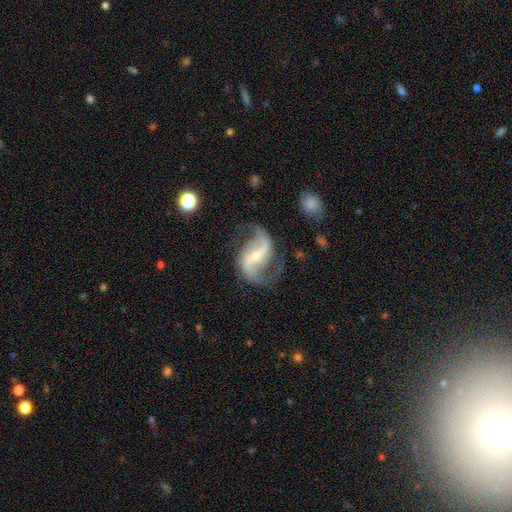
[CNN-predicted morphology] A featured or disk galaxy (90%) with a strong bar (54%), 2 (92%) loose (57%) spiral arms (96%) and a small central bulge (53%). Merging: none (70%).